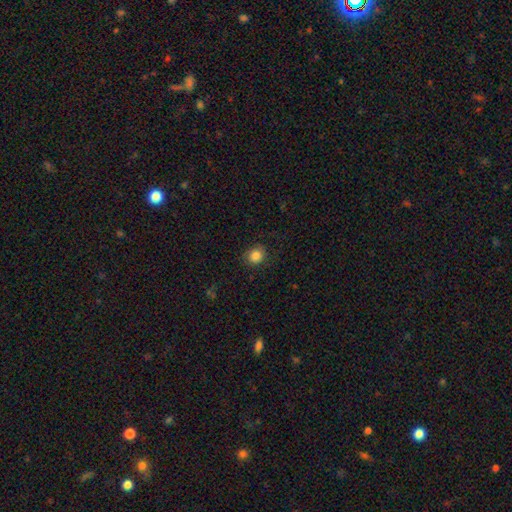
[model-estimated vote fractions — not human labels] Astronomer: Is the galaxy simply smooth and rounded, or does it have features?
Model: smooth — 84%.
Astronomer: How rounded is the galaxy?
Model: round — 73%.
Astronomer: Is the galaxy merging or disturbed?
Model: none — 81%.